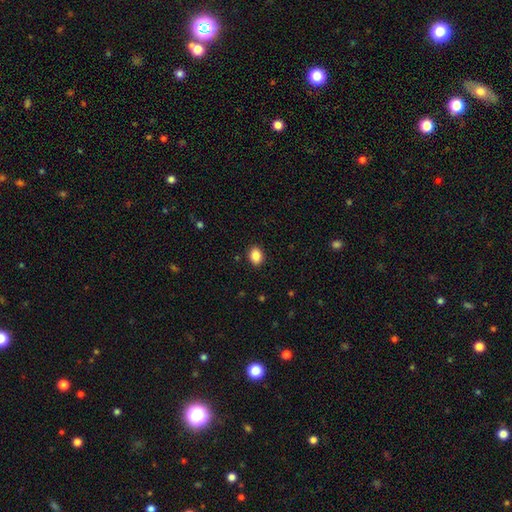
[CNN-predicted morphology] A smooth galaxy with no disk features (88%) that is in between round and cigar-shaped (70%).

Vote fractions:
- Smooth or featured? smooth: 88% / star or artifact: 9% / featured or disk: 3%
- How rounded? in between: 70% / round: 29% / cigar-shaped: 1%
- Merging? none: 90% / minor disturbance: 7% / major disturbance: 2% / merger: 1%